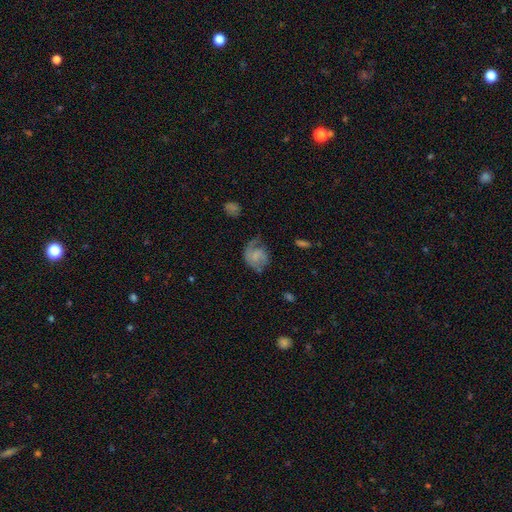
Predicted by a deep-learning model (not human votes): featured or disk 48%, smooth 43%, star or artifact 8%. Down the decision tree: merging — none (42%).